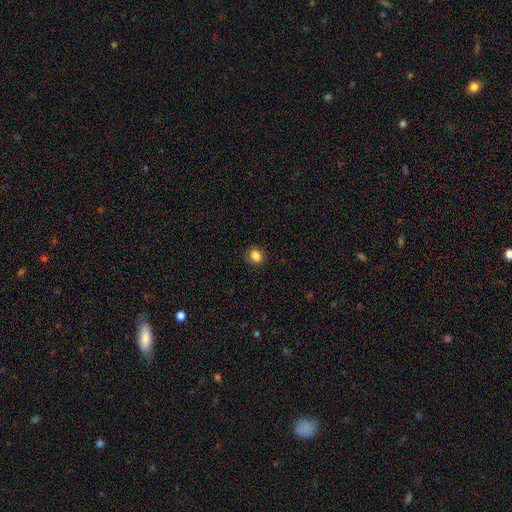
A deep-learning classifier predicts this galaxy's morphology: Q: Smooth or featured?
A: smooth (85%); runner-up: star or artifact (11%)
Q: How rounded?
A: round (60%); runner-up: in between (39%)
Q: Merging?
A: none (84%); runner-up: minor disturbance (12%)